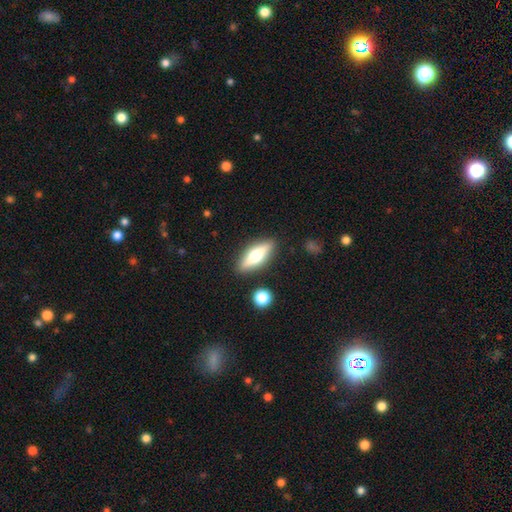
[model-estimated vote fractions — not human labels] A smooth galaxy with no disk features (51%) that is in between round and cigar-shaped (53%). Merging: none (86%).